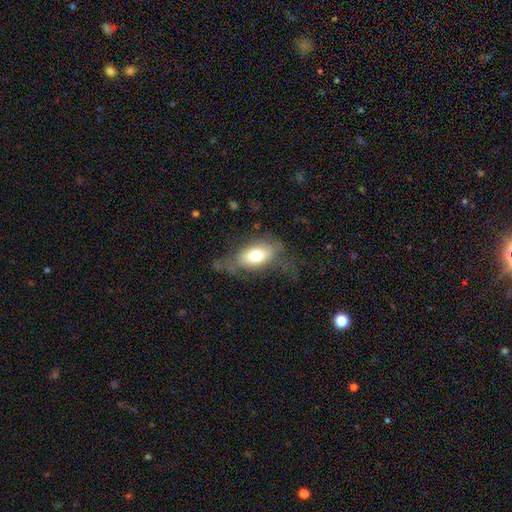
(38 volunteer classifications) Q: Smooth or featured?
A: smooth (66%); runner-up: featured or disk (32%)
Q: How rounded?
A: in between (100%)
Q: Merging?
A: major disturbance (41%); runner-up: none (30%)